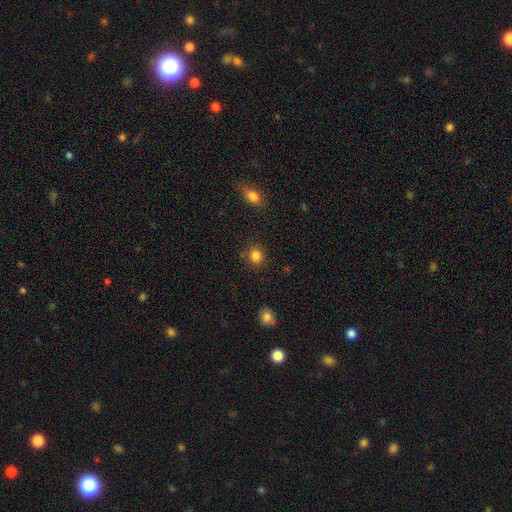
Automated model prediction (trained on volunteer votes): Smooth or featured? Predicted: smooth (p=0.85). How rounded? Predicted: round (p=0.83). Merging? Predicted: none (p=0.85).